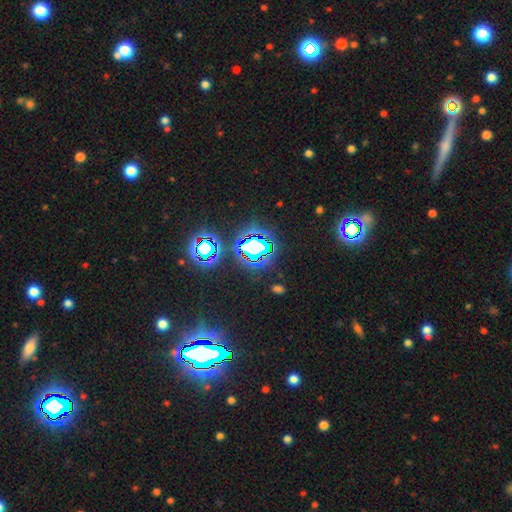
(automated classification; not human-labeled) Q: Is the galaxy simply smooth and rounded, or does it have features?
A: star or artifact — 83%.